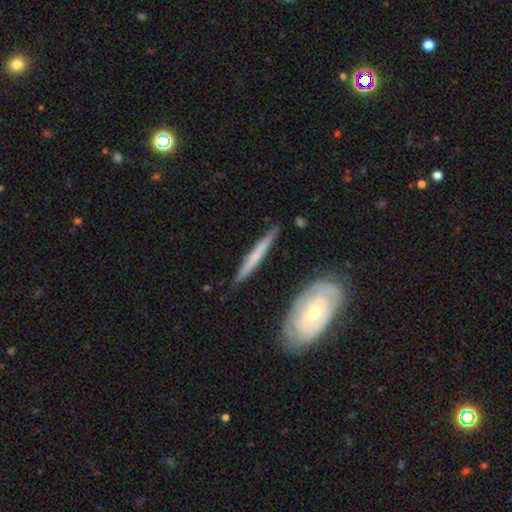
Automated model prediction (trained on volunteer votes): A featured or disk galaxy (53%) viewed edge-on (85%).

Vote fractions:
- Smooth or featured? featured or disk: 53% / smooth: 41% / star or artifact: 5%
- Edge-on disk? yes: 85% / no: 15%
- Merging? none: 85% / minor disturbance: 11% / merger: 2% / major disturbance: 2%